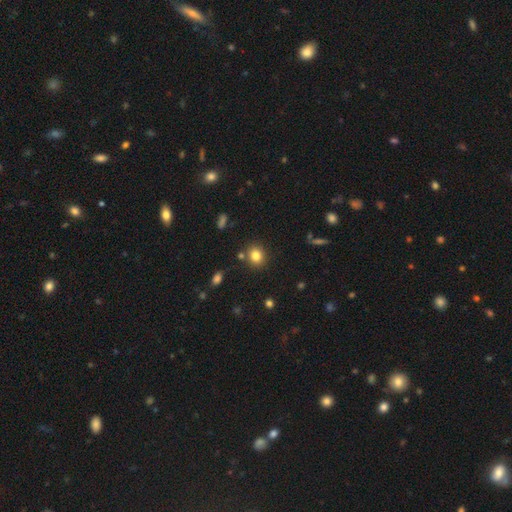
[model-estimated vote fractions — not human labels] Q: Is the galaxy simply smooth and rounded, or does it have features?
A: smooth — 82%.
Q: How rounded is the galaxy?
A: round — 77%.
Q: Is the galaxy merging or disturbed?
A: none — 82%.